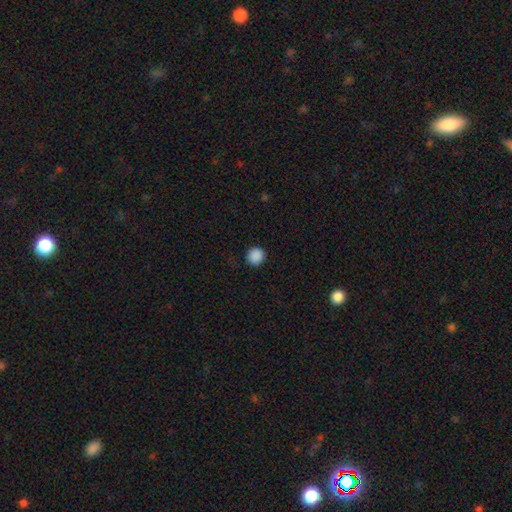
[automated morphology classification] smooth_or_featured: smooth (p=0.88) [alt: star or artifact p=0.09]
how_rounded: round (p=0.92) [alt: in between p=0.07]
merging: none (p=0.90) [alt: minor disturbance p=0.07]